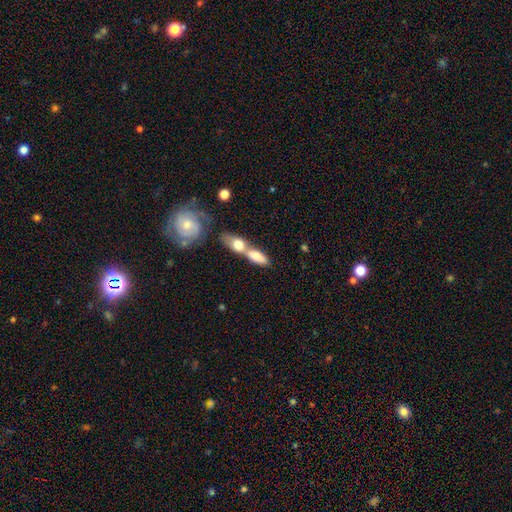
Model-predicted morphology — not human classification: type=smooth (65%); roundness=in between (68%); merging=merger (64%).